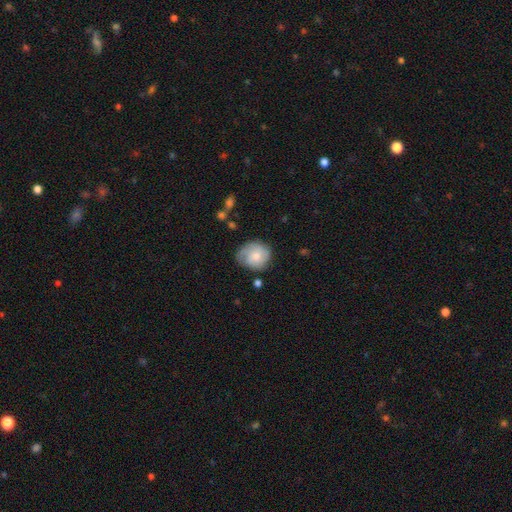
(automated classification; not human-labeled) A smooth galaxy with no disk features (54%) that is round (76%).

Vote fractions:
- Smooth or featured? smooth: 54% / featured or disk: 39% / star or artifact: 7%
- How rounded? round: 76% / in between: 23% / cigar-shaped: 1%
- Merging? none: 63% / minor disturbance: 26% / major disturbance: 9% / merger: 2%